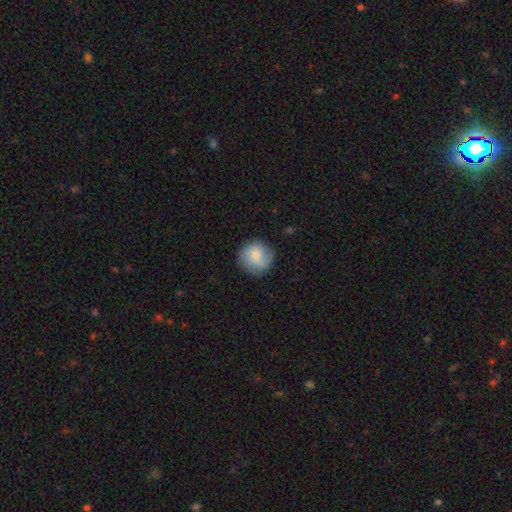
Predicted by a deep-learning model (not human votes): Smooth or featured? smooth (65%)
How rounded? round (92%)
Merging? none (78%)